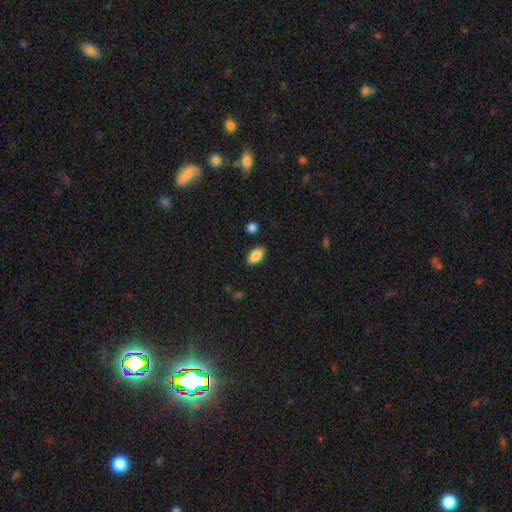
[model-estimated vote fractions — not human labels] The model was most divided on "merging": none: 87%, minor disturbance: 9%, major disturbance: 2%, merger: 2%. More confident: how rounded — in between (92%); smooth or featured — smooth (87%).